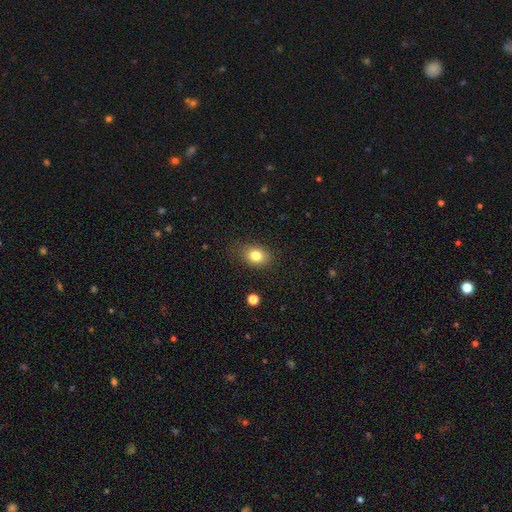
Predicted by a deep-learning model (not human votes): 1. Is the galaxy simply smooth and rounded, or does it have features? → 80% smooth, 11% star or artifact, 9% featured or disk.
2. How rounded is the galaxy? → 61% in between, 38% round, 1% cigar-shaped.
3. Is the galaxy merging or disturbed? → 78% none, 17% minor disturbance, 4% major disturbance, 1% merger.